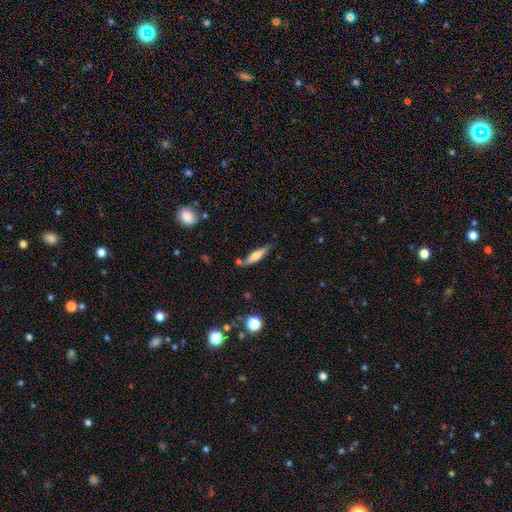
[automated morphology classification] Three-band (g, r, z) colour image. It shows a smooth galaxy with no disk features (54%) that is cigar-shaped (80%). Merging: none (76%).